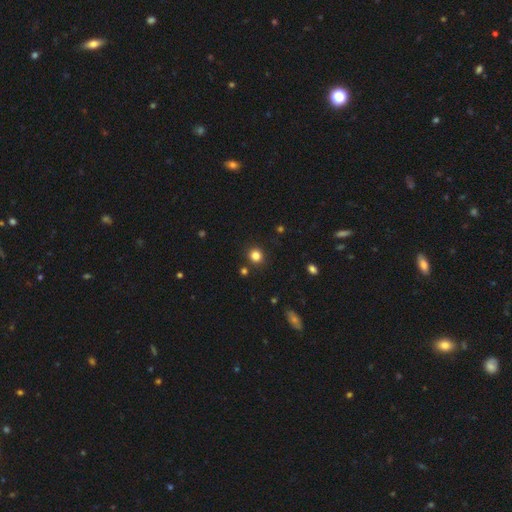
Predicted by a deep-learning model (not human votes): This appears to be a smooth galaxy with no disk features (82%) that is round (90%). Merging: none (89%).